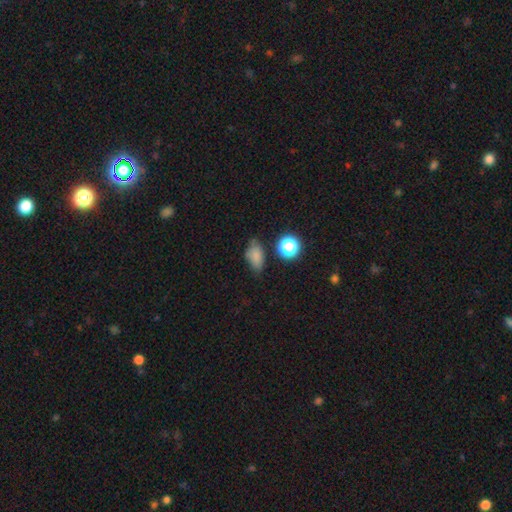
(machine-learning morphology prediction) Smooth or featured? Predicted: smooth (p=0.76). How rounded? Predicted: in between (p=0.81). Merging? Predicted: none (p=0.61).